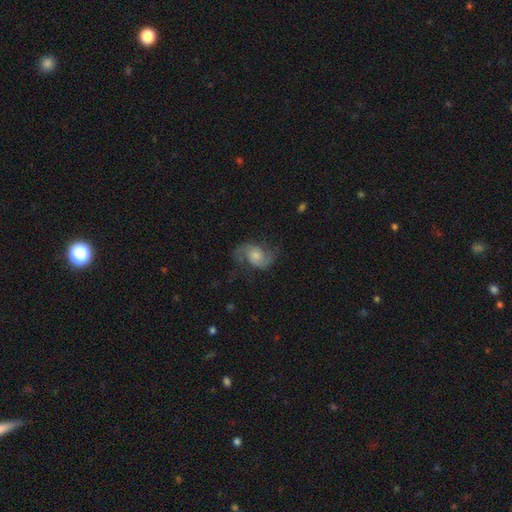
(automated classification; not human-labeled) This is likely a featured or disk galaxy (79%). It is clearly not viewed edge-on (98%). Bar: likely no (64%). Spiral arm pattern: clearly yes (96%). Spiral arm count: clearly 2 (92%). Spiral winding: possibly loose (46%). Central bulge: marginally moderate (40%). Merging: likely none (69%).